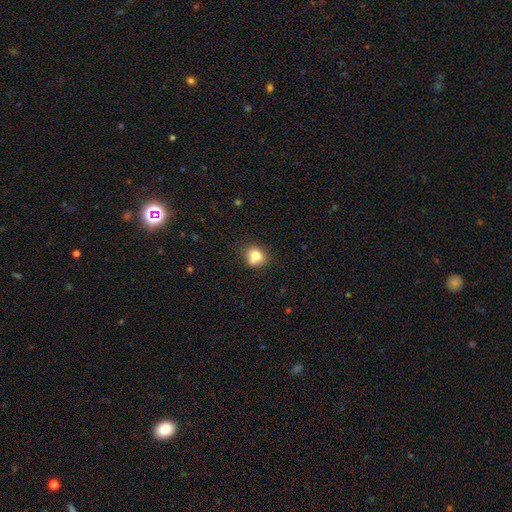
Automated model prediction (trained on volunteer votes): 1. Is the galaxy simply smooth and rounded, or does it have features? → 77% smooth, 12% featured or disk, 11% star or artifact.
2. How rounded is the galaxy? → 71% round, 28% in between, 1% cigar-shaped.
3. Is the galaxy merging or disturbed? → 63% none, 19% minor disturbance, 13% merger, 5% major disturbance.